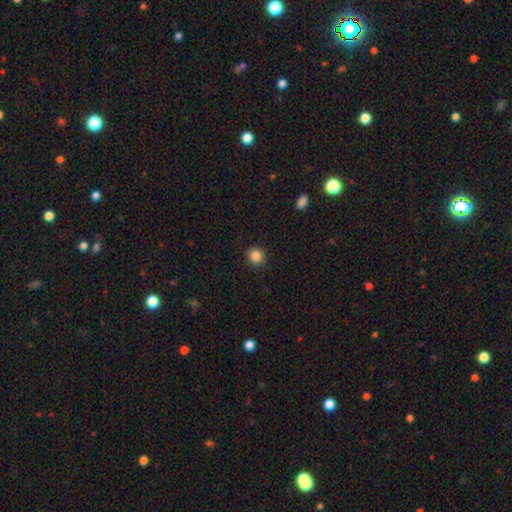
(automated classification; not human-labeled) This is clearly a smooth galaxy (86%). How rounded: clearly round (88%). Merging: clearly none (90%).